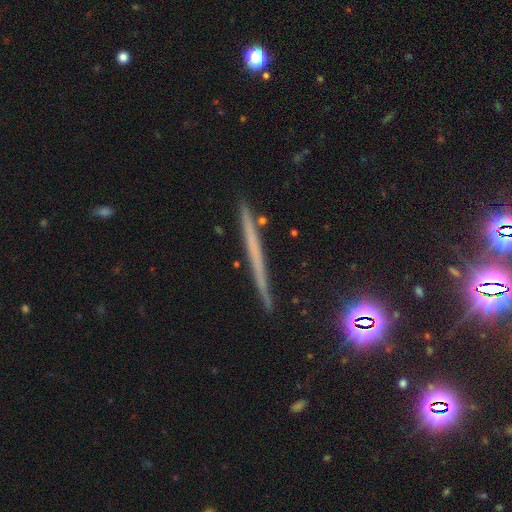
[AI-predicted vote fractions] Smooth or featured? Predicted: featured or disk (p=0.54). Edge-on disk? Predicted: yes (p=0.95). Edge-on bulge? Predicted: none (p=0.83). Merging? Predicted: none (p=0.88).